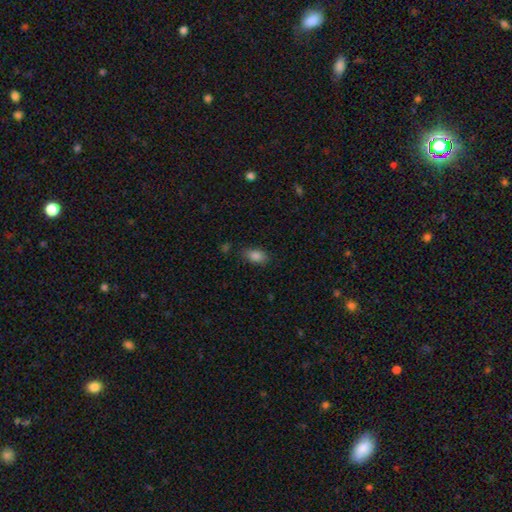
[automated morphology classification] Smooth or featured: smooth — 85% (star or artifact — 9%)
How rounded: in between — 89% (round — 6%)
Merging: none — 80% (minor disturbance — 14%)